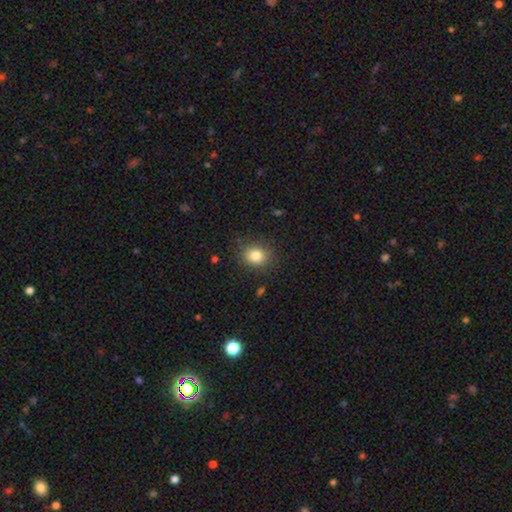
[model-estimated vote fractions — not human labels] smooth-or-featured: smooth: 82% | star or artifact: 11% | featured or disk: 7%
  how-rounded: round: 66% | in between: 33% | cigar-shaped: 1%
  merging: none: 85% | minor disturbance: 10% | major disturbance: 3% | merger: 1%